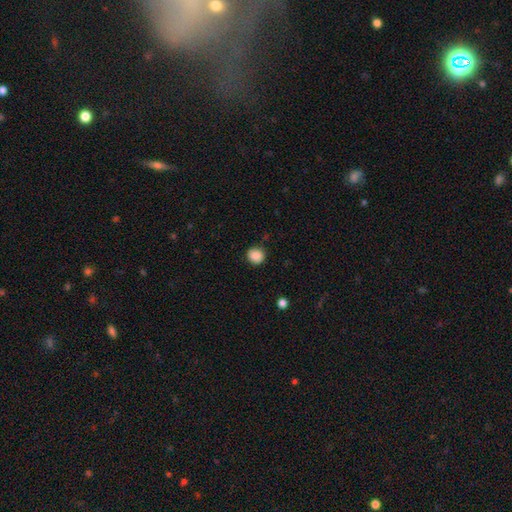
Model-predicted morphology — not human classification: Smooth or featured?
  - smooth: 87% *
  - star or artifact: 9%
  - featured or disk: 3%
How rounded?
  - round: 87% *
  - in between: 12%
  - cigar-shaped: 1%
Merging?
  - none: 85% *
  - minor disturbance: 11%
  - major disturbance: 3%
  - merger: 2%